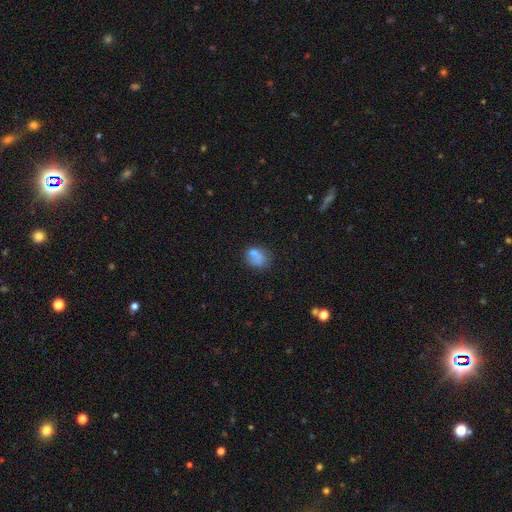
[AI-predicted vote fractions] Smooth or featured: smooth — 72% (featured or disk — 17%)
How rounded: round — 57% (in between — 42%)
Merging: none — 48% (merger — 24%)